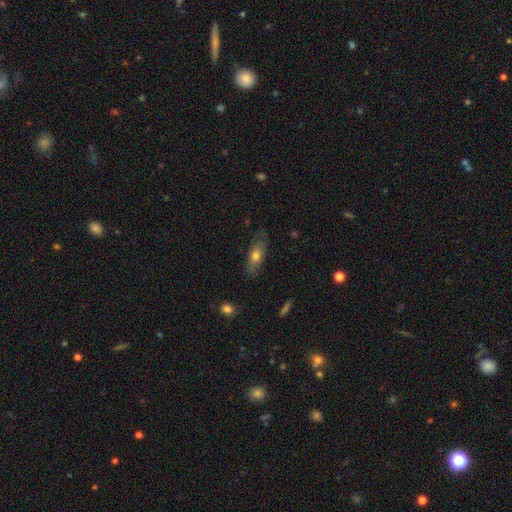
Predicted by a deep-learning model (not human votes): Smooth or featured? smooth (62%)
How rounded? in between (72%)
Merging? none (73%)